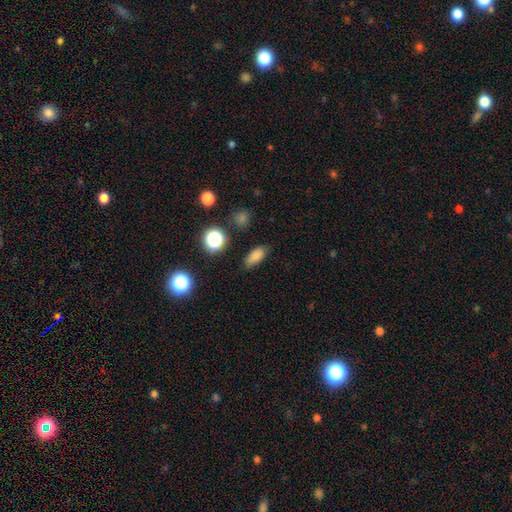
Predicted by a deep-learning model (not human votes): smooth_or_featured: smooth (p=0.80) [alt: star or artifact p=0.14]
how_rounded: in between (p=0.81) [alt: cigar-shaped p=0.11]
merging: none (p=0.81) [alt: minor disturbance p=0.13]